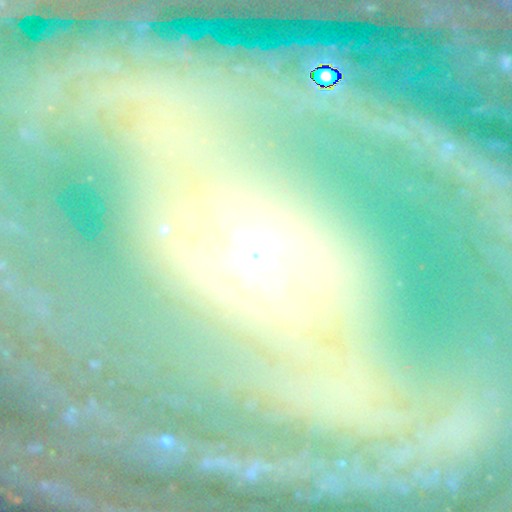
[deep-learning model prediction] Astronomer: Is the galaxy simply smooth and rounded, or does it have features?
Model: featured or disk — 83%.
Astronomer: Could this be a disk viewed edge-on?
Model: no — 93%.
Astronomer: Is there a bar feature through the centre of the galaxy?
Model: strong — 50% (runner-up: weak, 28%).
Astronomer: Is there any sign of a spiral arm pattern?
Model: yes — 89%.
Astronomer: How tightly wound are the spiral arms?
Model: tight — 49% (runner-up: medium, 34%).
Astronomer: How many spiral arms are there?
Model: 2 — 43%.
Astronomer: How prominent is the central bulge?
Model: moderate — 53% (runner-up: small, 36%).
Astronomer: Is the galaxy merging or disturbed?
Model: none — 67%.